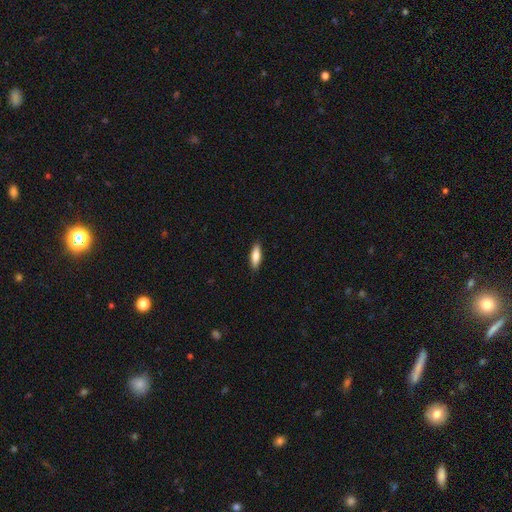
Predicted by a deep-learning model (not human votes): smooth-or-featured: smooth: 81% | featured or disk: 13% | star or artifact: 6%
  how-rounded: in between: 52% | cigar-shaped: 46% | round: 2%
  merging: none: 89% | minor disturbance: 8% | major disturbance: 2% | merger: 1%